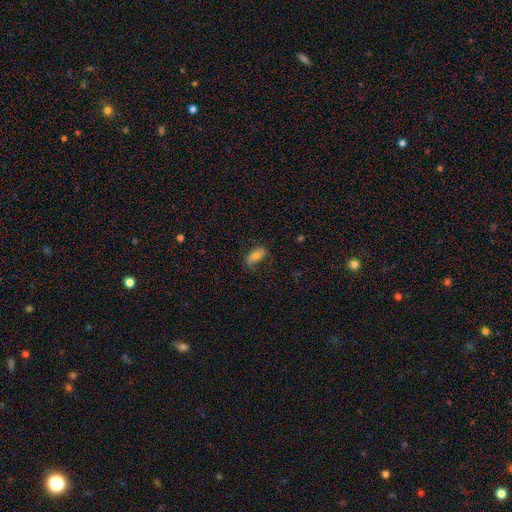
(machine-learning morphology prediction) smooth-or-featured: smooth: 68% | featured or disk: 24% | star or artifact: 9%
  how-rounded: in between: 88% | cigar-shaped: 7% | round: 5%
  merging: none: 63% | minor disturbance: 25% | major disturbance: 10% | merger: 2%